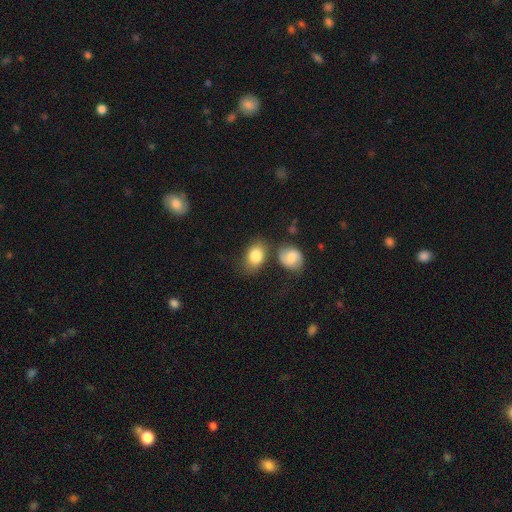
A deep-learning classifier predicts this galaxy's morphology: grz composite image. It shows a smooth galaxy with no disk features (82%) that is in between round and cigar-shaped (73%). Merging: none (61%).